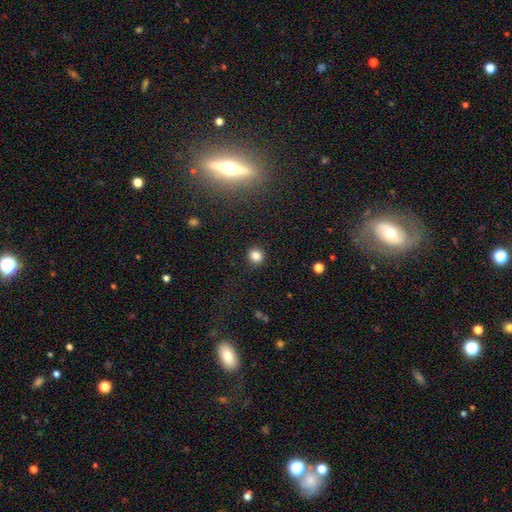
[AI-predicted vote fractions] Smooth or featured: smooth — 84% (star or artifact — 12%)
How rounded: round — 91% (in between — 8%)
Merging: none — 91% (minor disturbance — 6%)